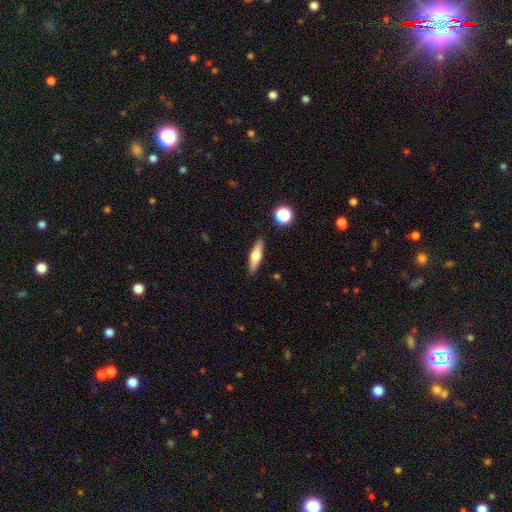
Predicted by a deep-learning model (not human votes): Morphology: type=smooth (49%); merging=none (88%).